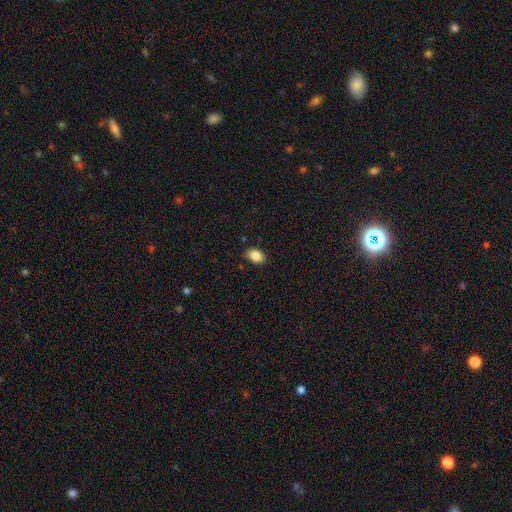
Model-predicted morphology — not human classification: smooth-or-featured: smooth: 86% | star or artifact: 8% | featured or disk: 6%
  how-rounded: in between: 83% | round: 16% | cigar-shaped: 1%
  merging: none: 85% | minor disturbance: 11% | major disturbance: 2% | merger: 1%